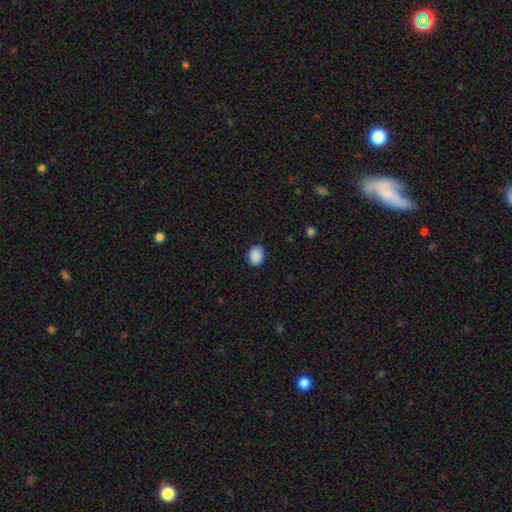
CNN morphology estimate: Smooth or featured? Predicted: smooth (p=0.90). How rounded? Predicted: in between (p=0.55). Merging? Predicted: none (p=0.85).